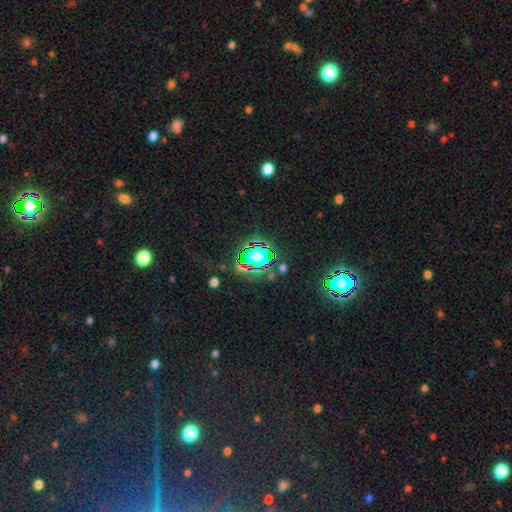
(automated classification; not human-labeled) Overall: star or artifact (61%; smooth 26%).